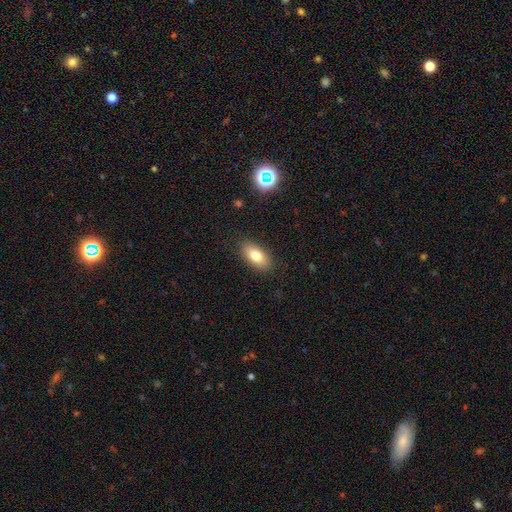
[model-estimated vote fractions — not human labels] Q: Smooth or featured?
A: smooth (79%); runner-up: featured or disk (13%)
Q: How rounded?
A: in between (89%); runner-up: cigar-shaped (7%)
Q: Merging?
A: none (87%); runner-up: minor disturbance (9%)